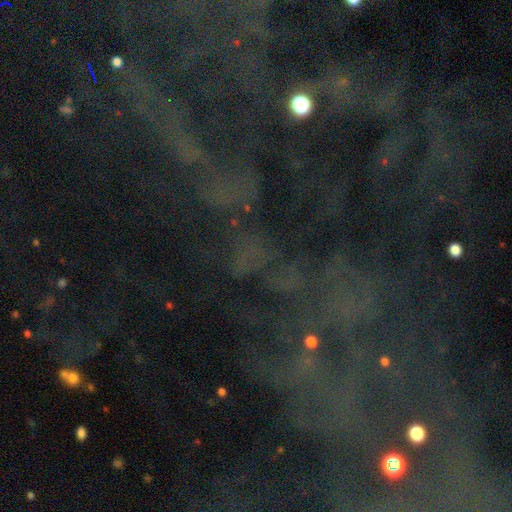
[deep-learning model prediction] This appears to be a star or artifact, not a galaxy (75%).